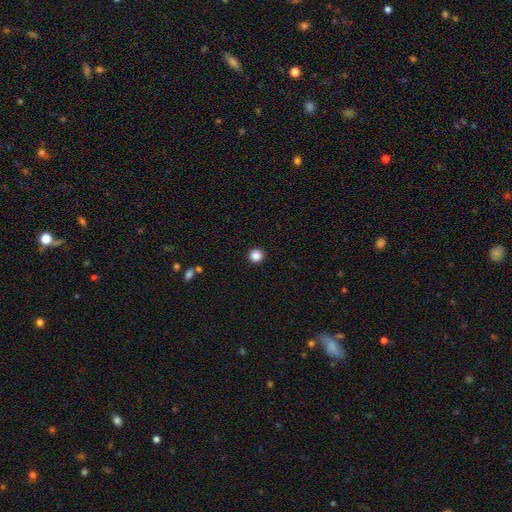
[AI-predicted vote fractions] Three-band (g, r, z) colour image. It shows a smooth galaxy with no disk features (87%) that is round (95%). Merging: none (93%).